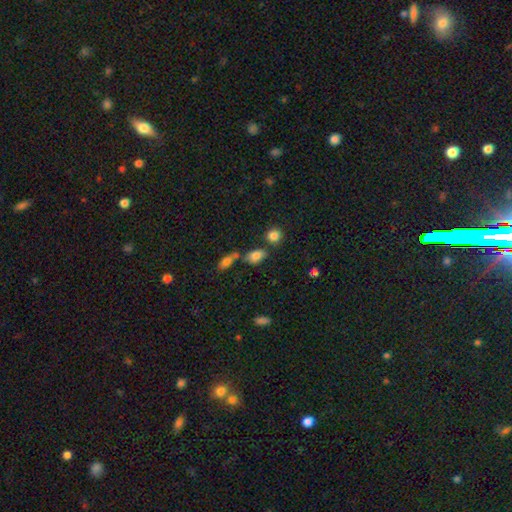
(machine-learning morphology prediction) Smooth or featured? smooth (79%)
How rounded? in between (84%)
Merging? none (60%)